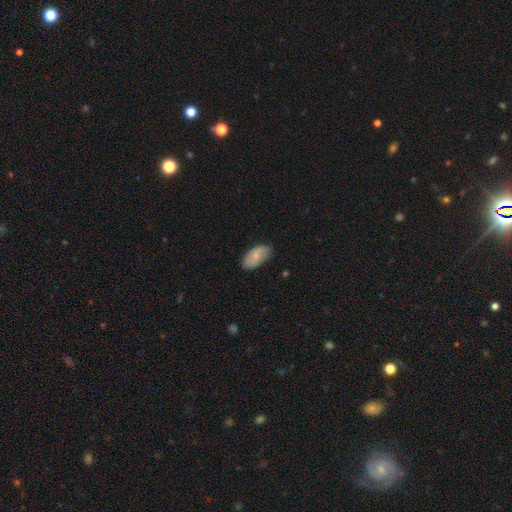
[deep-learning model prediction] Smooth or featured?
  - smooth: 73% *
  - featured or disk: 21%
  - star or artifact: 6%
How rounded?
  - in between: 94% *
  - round: 3%
  - cigar-shaped: 3%
Merging?
  - none: 77% *
  - minor disturbance: 19%
  - major disturbance: 3%
  - merger: 1%